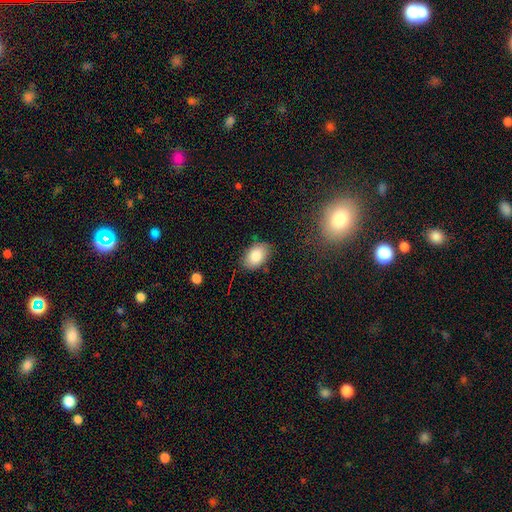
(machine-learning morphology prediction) Smooth or featured: smooth — 85% (featured or disk — 8%)
How rounded: in between — 88% (round — 11%)
Merging: none — 81% (minor disturbance — 14%)